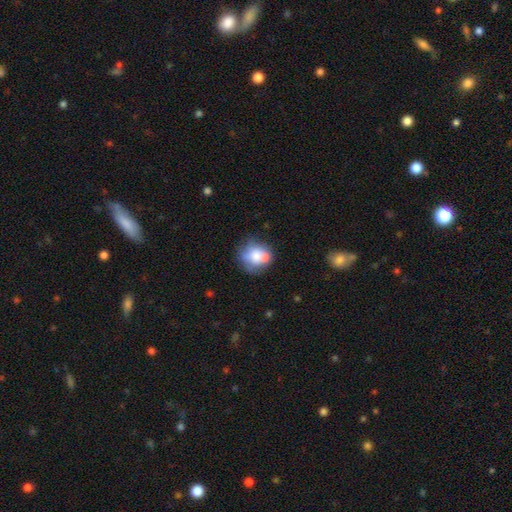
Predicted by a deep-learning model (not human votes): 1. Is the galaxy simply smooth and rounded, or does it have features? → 69% smooth, 22% featured or disk, 9% star or artifact.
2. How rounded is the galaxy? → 70% round, 29% in between, 1% cigar-shaped.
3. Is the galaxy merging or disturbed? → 46% none, 23% minor disturbance, 21% merger, 10% major disturbance.